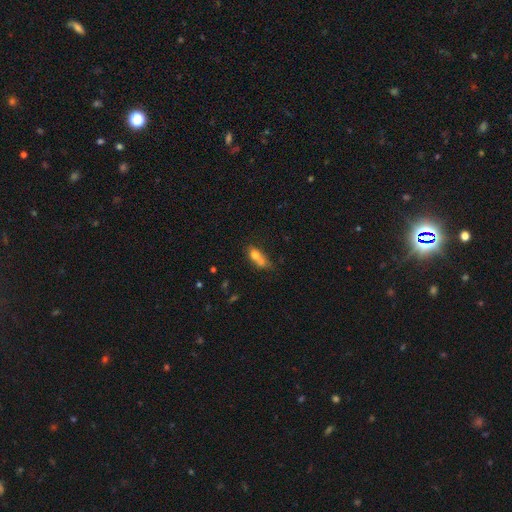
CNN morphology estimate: A smooth galaxy with no disk features (66%) that is in between round and cigar-shaped (60%). Merging: merger (57%).